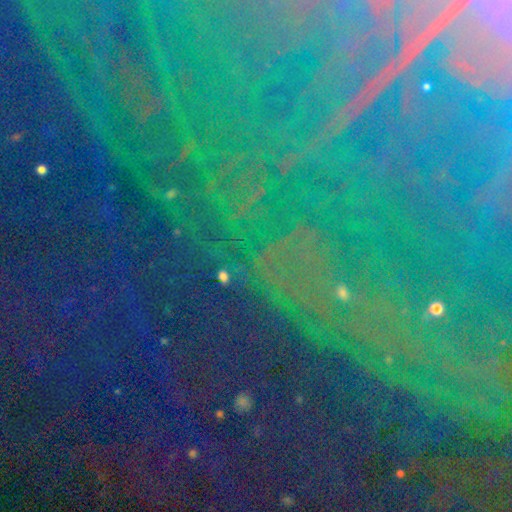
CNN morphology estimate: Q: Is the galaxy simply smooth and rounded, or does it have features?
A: star or artifact — 86%.